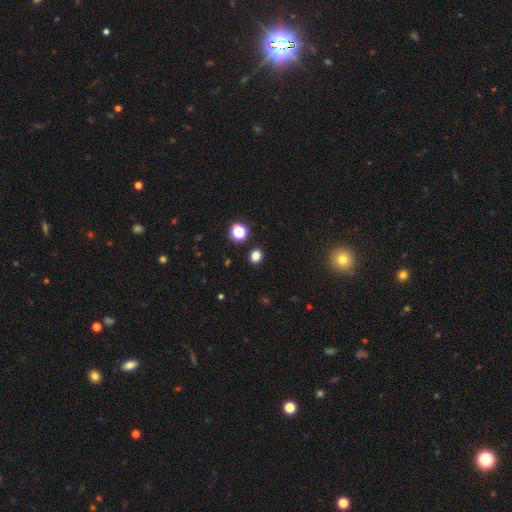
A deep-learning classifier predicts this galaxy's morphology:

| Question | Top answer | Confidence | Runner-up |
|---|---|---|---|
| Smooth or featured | smooth | 80% | star or artifact (16%) |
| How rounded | round | 71% | in between (28%) |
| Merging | none | 89% | minor disturbance (6%) |